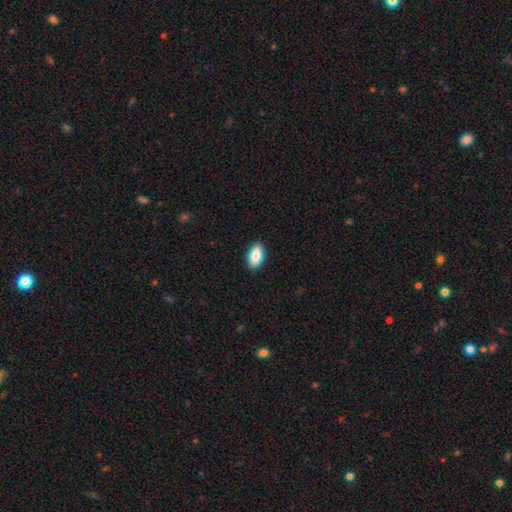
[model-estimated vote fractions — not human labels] Smooth or featured? Predicted: smooth (p=0.87). How rounded? Predicted: in between (p=0.93). Merging? Predicted: none (p=0.90).